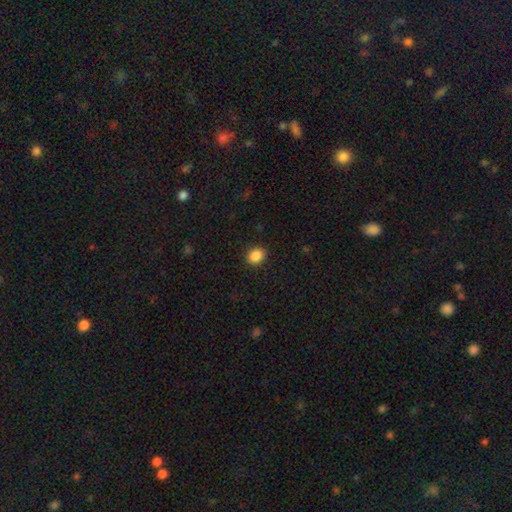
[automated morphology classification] Smooth or featured?
  - smooth: 87% *
  - star or artifact: 9%
  - featured or disk: 3%
How rounded?
  - round: 50% *
  - in between: 49%
  - cigar-shaped: 1%
Merging?
  - none: 90% *
  - minor disturbance: 7%
  - major disturbance: 2%
  - merger: 1%